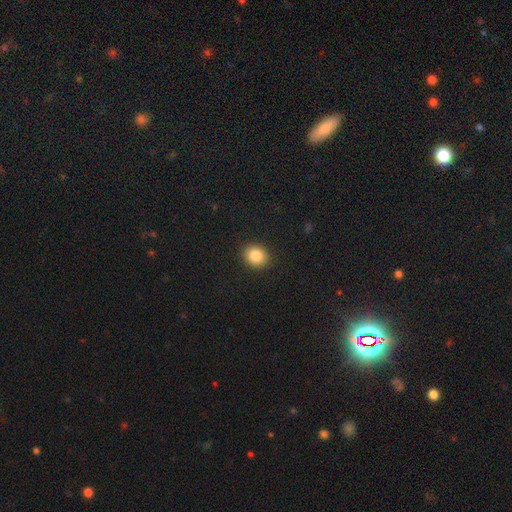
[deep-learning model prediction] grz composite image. It shows a smooth galaxy with no disk features (85%) that is round (65%). Merging: none (90%).